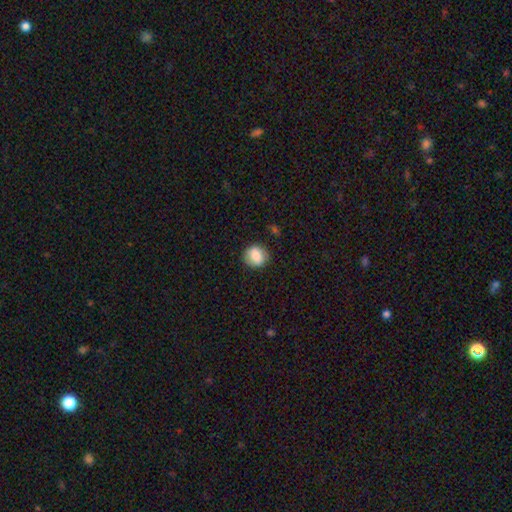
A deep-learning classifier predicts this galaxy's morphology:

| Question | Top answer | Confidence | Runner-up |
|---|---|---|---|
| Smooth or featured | smooth | 80% | featured or disk (12%) |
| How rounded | round | 75% | in between (24%) |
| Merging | none | 85% | minor disturbance (11%) |